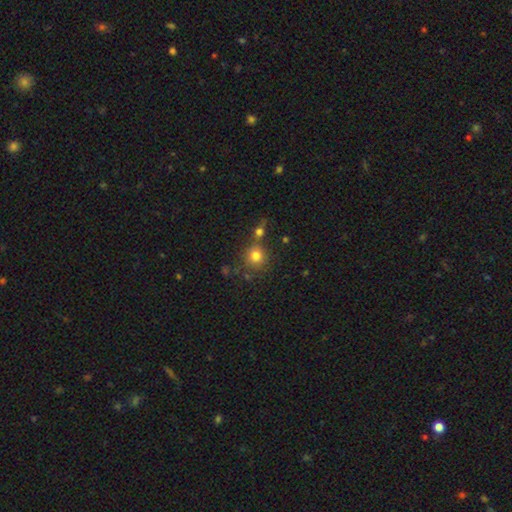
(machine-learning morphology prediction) Smooth or featured: smooth — 78% (star or artifact — 13%)
How rounded: round — 88% (in between — 10%)
Merging: none — 64% (merger — 23%)